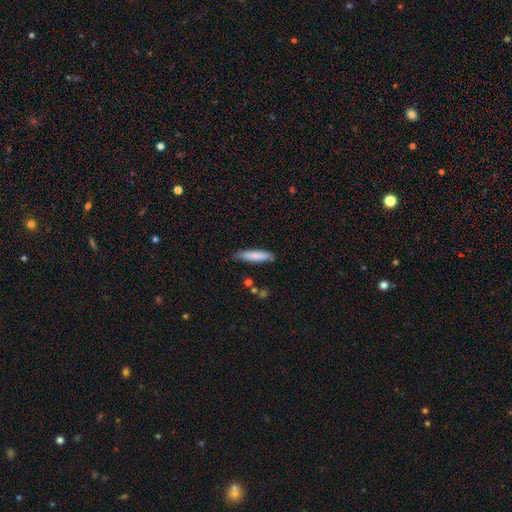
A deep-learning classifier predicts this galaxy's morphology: The model was most divided on "merging": none: 80%, minor disturbance: 15%, major disturbance: 3%, merger: 2%. More confident: how rounded — cigar-shaped (82%); smooth or featured — smooth (81%).